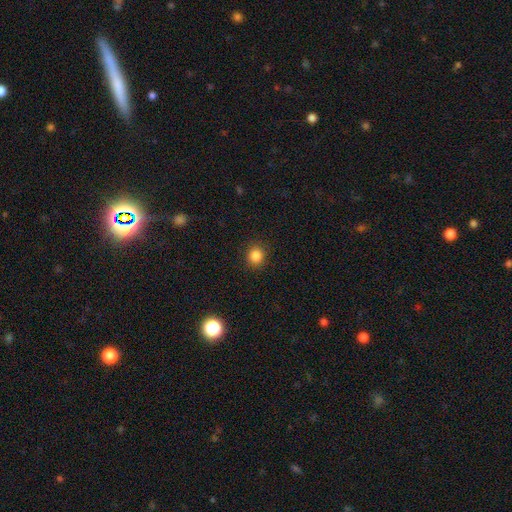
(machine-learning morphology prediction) type=smooth (85%); roundness=round (87%); merging=none (90%).